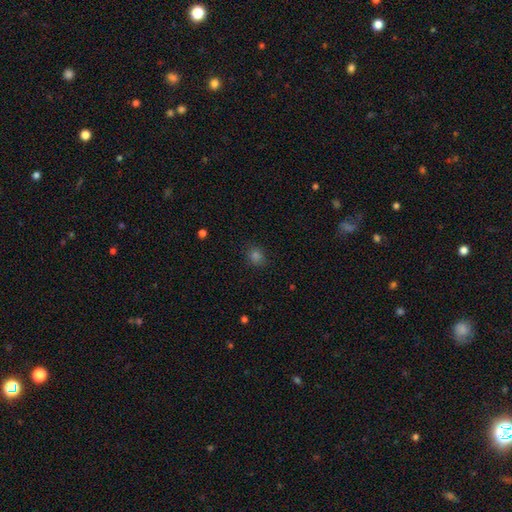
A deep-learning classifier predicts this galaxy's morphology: A smooth galaxy with no disk features (76%) that is round (77%).

Vote fractions:
- Smooth or featured? smooth: 76% / star or artifact: 20% / featured or disk: 5%
- How rounded? round: 77% / in between: 22% / cigar-shaped: 1%
- Merging? none: 89% / minor disturbance: 8% / major disturbance: 2% / merger: 1%